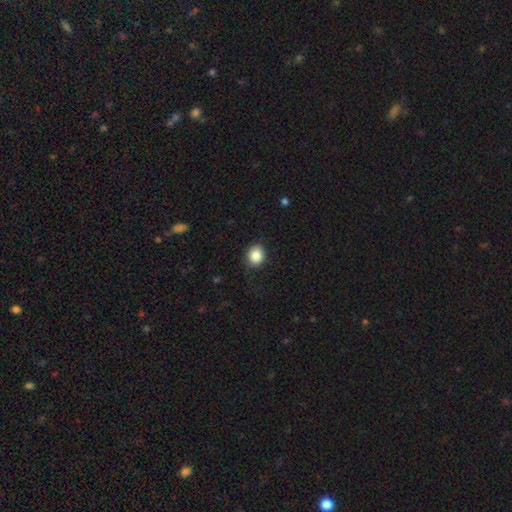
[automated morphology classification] Overall: smooth (86%). How rounded: round (69%; in between 30%). Merging: none (80%).